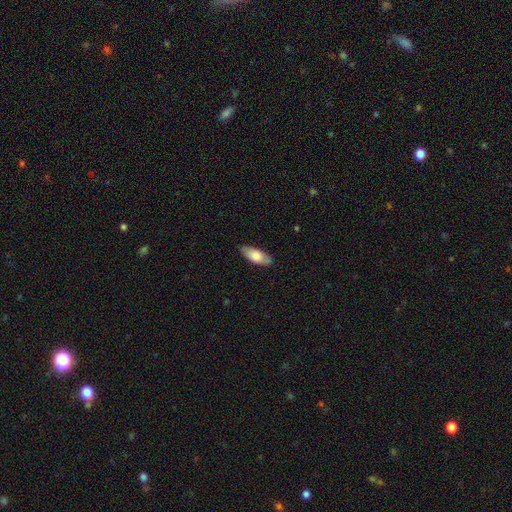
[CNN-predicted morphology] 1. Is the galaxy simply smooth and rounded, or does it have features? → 73% smooth, 21% featured or disk, 6% star or artifact.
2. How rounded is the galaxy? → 80% in between, 18% cigar-shaped, 2% round.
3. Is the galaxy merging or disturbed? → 82% none, 15% minor disturbance, 3% major disturbance, 1% merger.